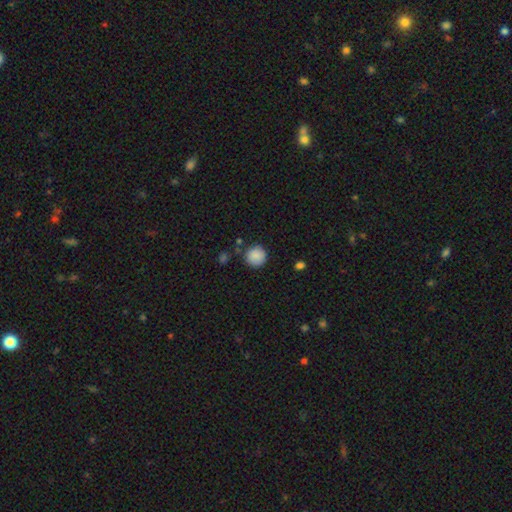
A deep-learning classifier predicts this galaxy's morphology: smooth 87%, star or artifact 8%, featured or disk 4%. Down the decision tree: how rounded — round (94%); merging — none (82%).